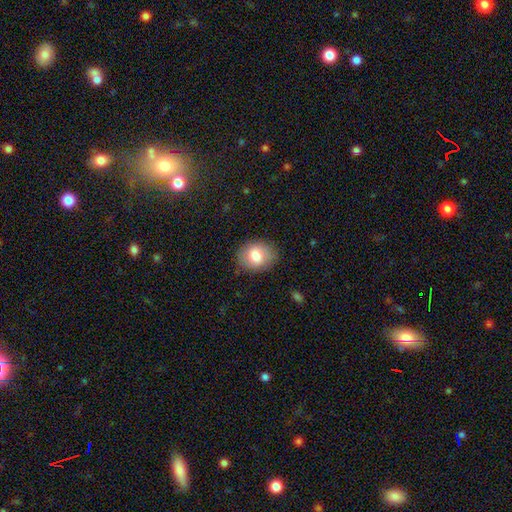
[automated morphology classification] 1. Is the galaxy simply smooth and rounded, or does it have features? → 79% smooth, 13% featured or disk, 8% star or artifact.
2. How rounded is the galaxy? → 52% in between, 47% round, 1% cigar-shaped.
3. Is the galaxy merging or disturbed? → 83% none, 12% minor disturbance, 3% major disturbance, 1% merger.